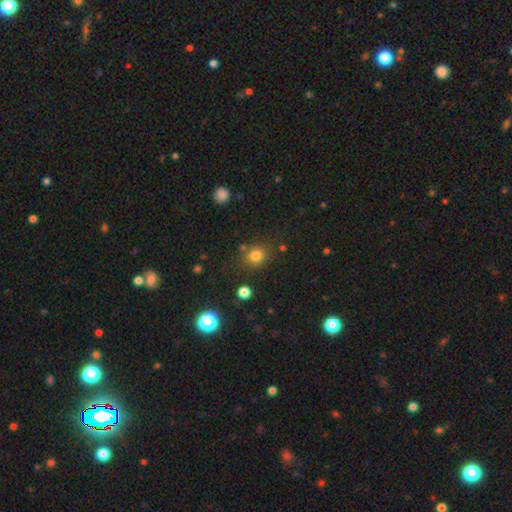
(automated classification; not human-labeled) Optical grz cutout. It shows a smooth galaxy with no disk features (79%) that is round (73%). Merging: none (79%).